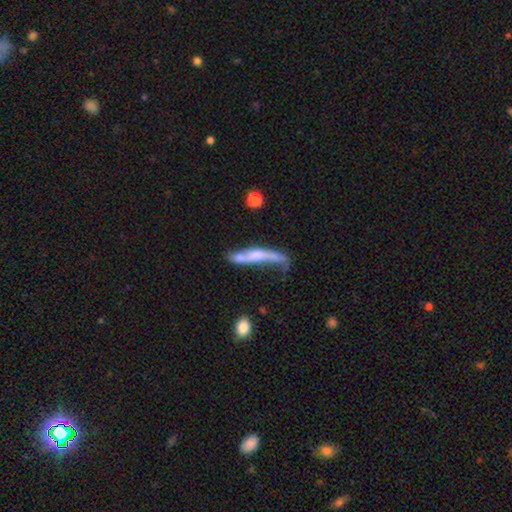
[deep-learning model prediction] Morphology: type=featured or disk (51%); edge-on=yes (54%); merging=none (29%).